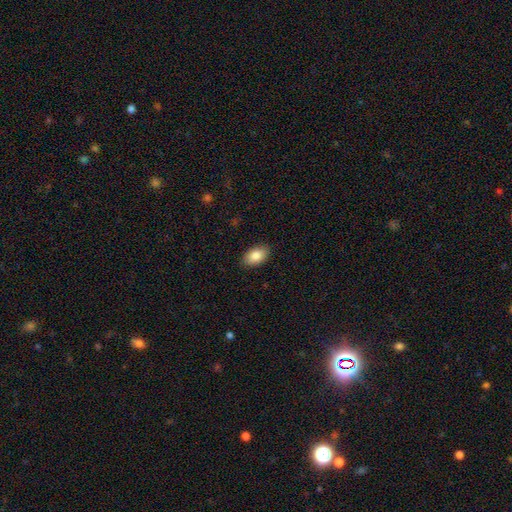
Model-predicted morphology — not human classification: Smooth or featured?
  - smooth: 85% *
  - featured or disk: 8%
  - star or artifact: 7%
How rounded?
  - in between: 92% *
  - round: 7%
  - cigar-shaped: 1%
Merging?
  - none: 88% *
  - minor disturbance: 9%
  - major disturbance: 2%
  - merger: 1%